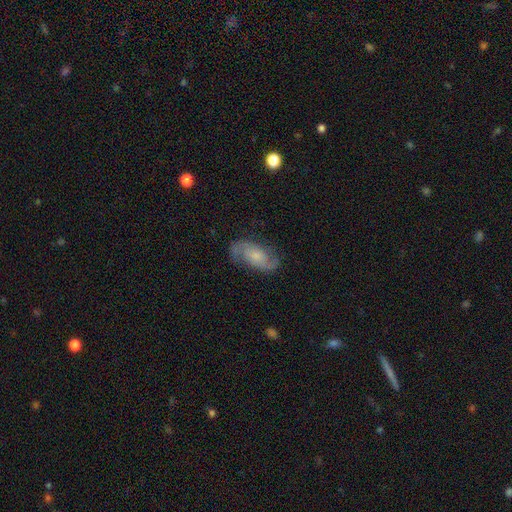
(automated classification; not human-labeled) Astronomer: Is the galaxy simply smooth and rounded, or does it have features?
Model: featured or disk — 79%.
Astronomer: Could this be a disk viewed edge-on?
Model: no — 96%.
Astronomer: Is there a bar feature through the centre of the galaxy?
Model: no — 63%.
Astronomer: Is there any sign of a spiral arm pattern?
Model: yes — 95%.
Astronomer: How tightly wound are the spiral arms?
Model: medium — 49% (runner-up: loose, 28%).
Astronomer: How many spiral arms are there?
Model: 2 — 90%.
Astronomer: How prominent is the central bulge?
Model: small — 51% (runner-up: moderate, 31%).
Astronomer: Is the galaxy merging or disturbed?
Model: none — 77%.